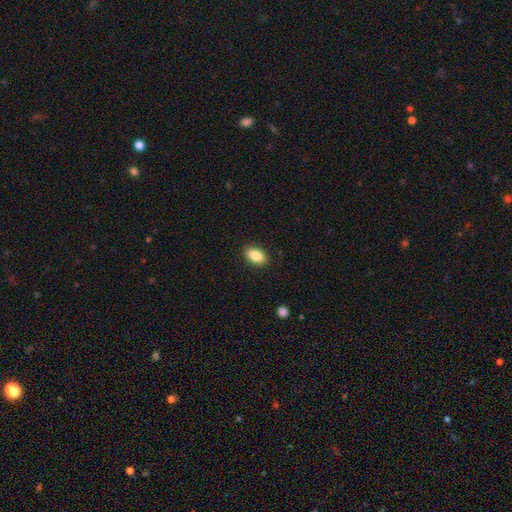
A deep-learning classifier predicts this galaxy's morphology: A smooth galaxy with no disk features (85%) that is in between round and cigar-shaped (90%). Merging: none (89%).